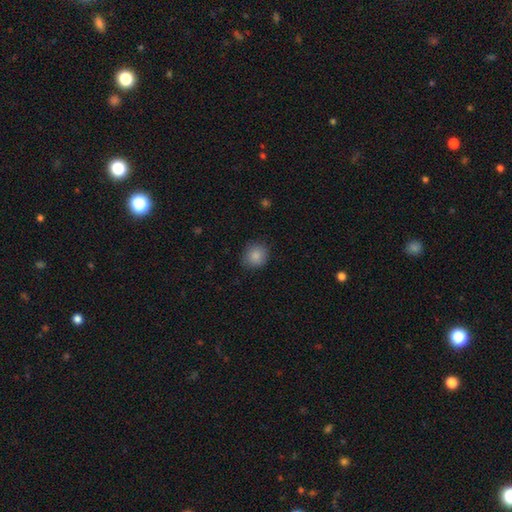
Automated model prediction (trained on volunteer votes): Q: Smooth or featured?
A: smooth (86%); runner-up: star or artifact (9%)
Q: How rounded?
A: round (85%); runner-up: in between (14%)
Q: Merging?
A: none (84%); runner-up: minor disturbance (12%)